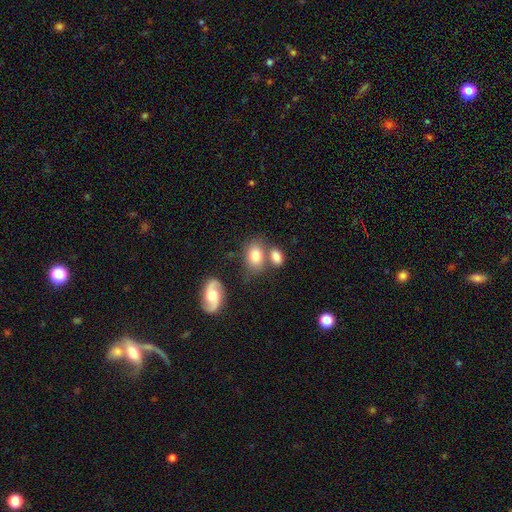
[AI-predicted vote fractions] smooth_or_featured: smooth (p=0.77) [alt: featured or disk p=0.15]
how_rounded: in between (p=0.79) [alt: round p=0.20]
merging: none (p=0.54) [alt: merger p=0.27]